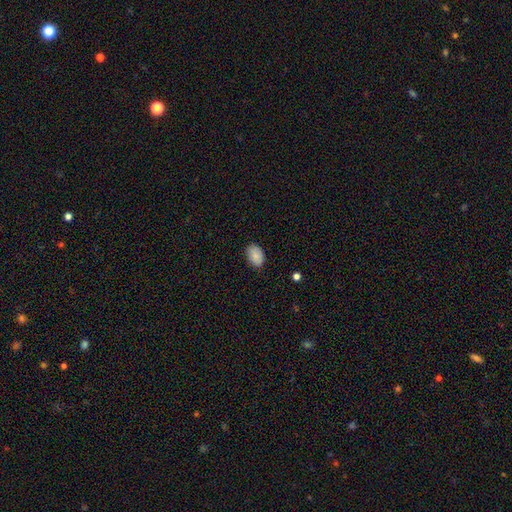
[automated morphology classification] Q: Smooth or featured?
A: smooth (86%); runner-up: star or artifact (7%)
Q: How rounded?
A: in between (87%); runner-up: round (12%)
Q: Merging?
A: none (83%); runner-up: minor disturbance (14%)